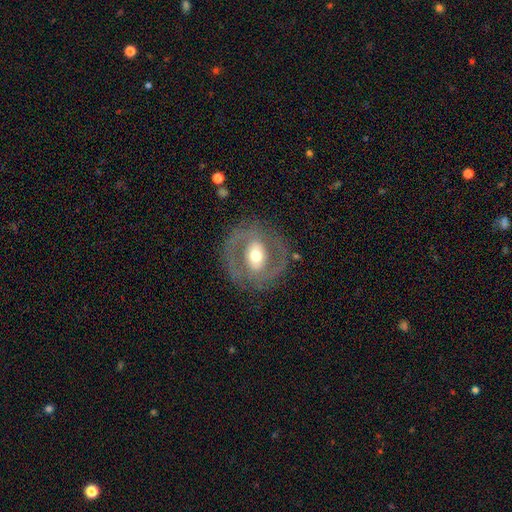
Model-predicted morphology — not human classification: featured or disk 75%, smooth 19%, star or artifact 6%. Down the decision tree: edge-on disk — no (95%); bar — strong (36%); spiral arms — yes (62%); bulge size — moderate (66%); merging — none (79%).